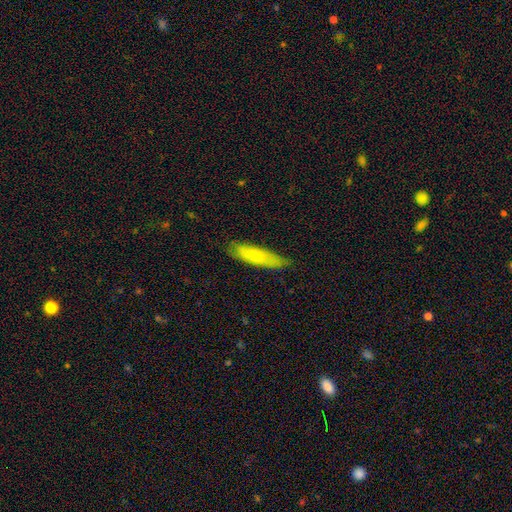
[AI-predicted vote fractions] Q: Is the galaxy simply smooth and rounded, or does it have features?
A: smooth — 69%.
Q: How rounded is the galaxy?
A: cigar-shaped — 70%.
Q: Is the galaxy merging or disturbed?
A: none — 77%.